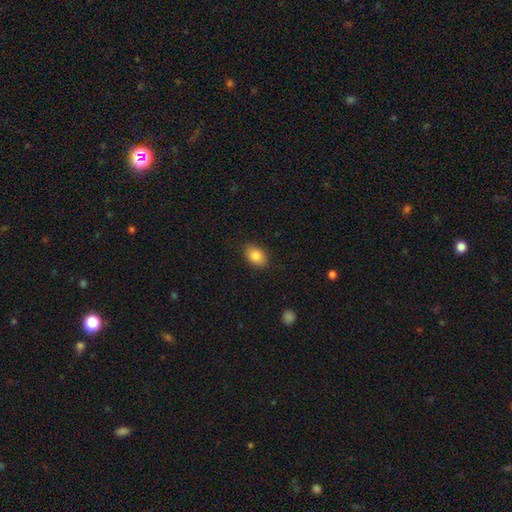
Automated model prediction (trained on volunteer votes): Smooth or featured?
  - smooth: 85% *
  - star or artifact: 8%
  - featured or disk: 7%
How rounded?
  - in between: 83% *
  - round: 16%
  - cigar-shaped: 1%
Merging?
  - none: 87% *
  - minor disturbance: 9%
  - major disturbance: 2%
  - merger: 1%